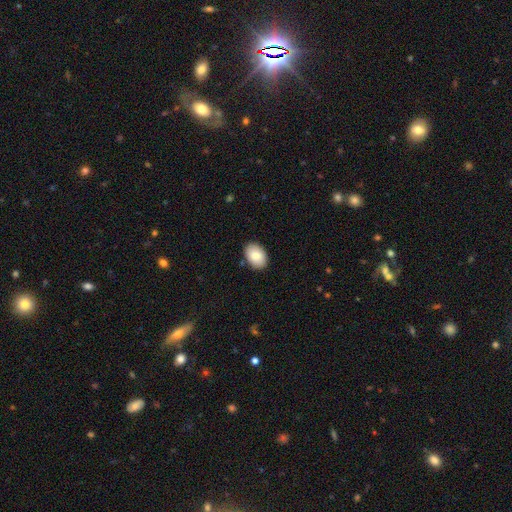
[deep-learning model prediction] A smooth galaxy with no disk features (82%) that is in between round and cigar-shaped (84%). Merging: none (87%).